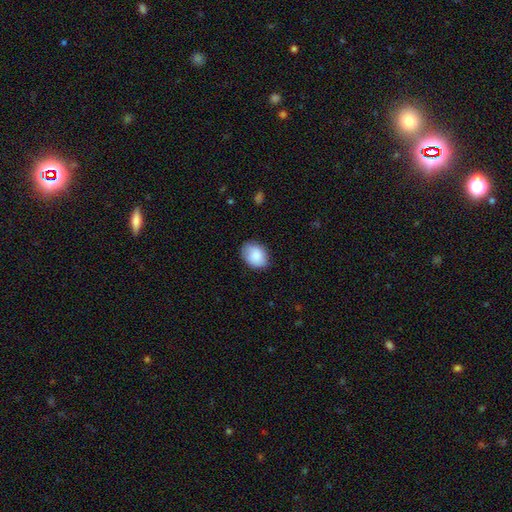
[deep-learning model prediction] This appears to be a smooth galaxy with no disk features (88%) that is in between round and cigar-shaped (71%). Merging: none (78%).